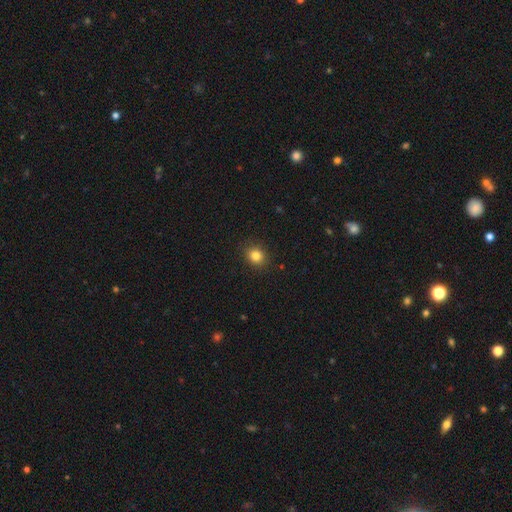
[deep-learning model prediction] This is clearly a smooth galaxy (83%). How rounded: likely round (71%). Merging: clearly none (90%).